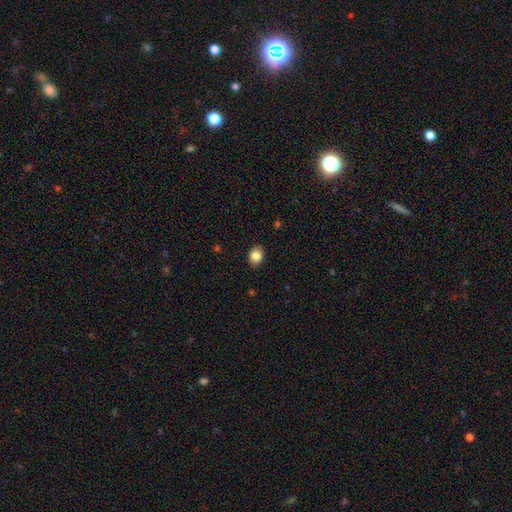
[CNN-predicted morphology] This is clearly a smooth galaxy (85%). How rounded: possibly in between (58%). Merging: clearly none (89%).